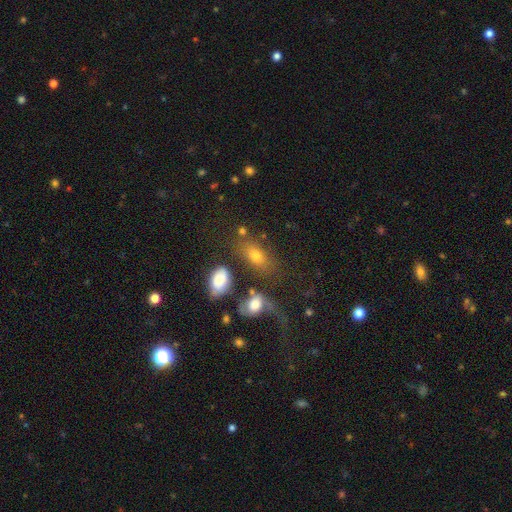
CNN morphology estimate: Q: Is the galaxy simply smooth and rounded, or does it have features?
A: smooth — 68%.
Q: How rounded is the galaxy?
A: in between — 84%.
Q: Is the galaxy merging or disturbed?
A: none — 47%.